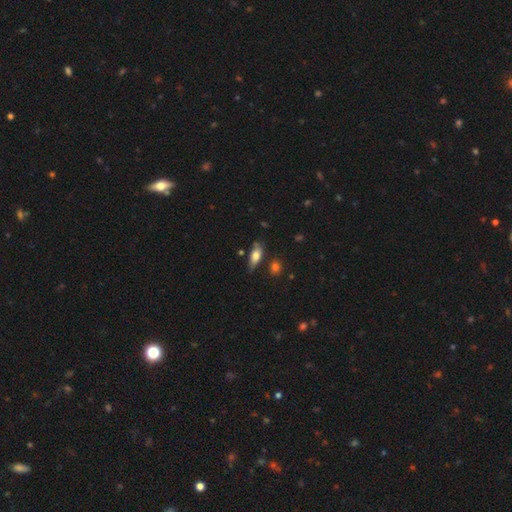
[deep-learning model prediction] Smooth or featured? Predicted: smooth (p=0.75). How rounded? Predicted: in between (p=0.78). Merging? Predicted: none (p=0.65).